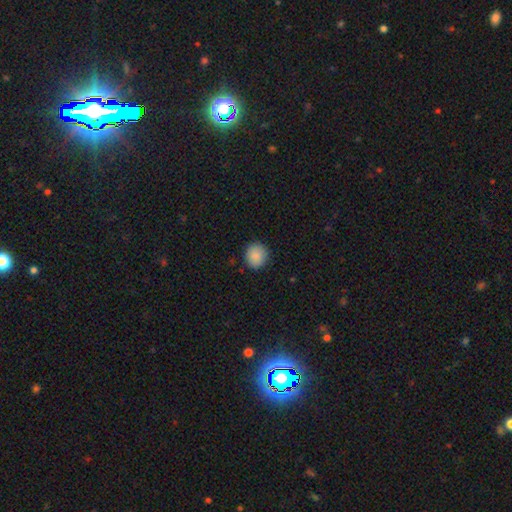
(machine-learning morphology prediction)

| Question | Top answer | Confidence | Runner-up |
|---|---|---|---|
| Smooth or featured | smooth | 89% | star or artifact (7%) |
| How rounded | round | 88% | in between (11%) |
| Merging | none | 89% | minor disturbance (8%) |